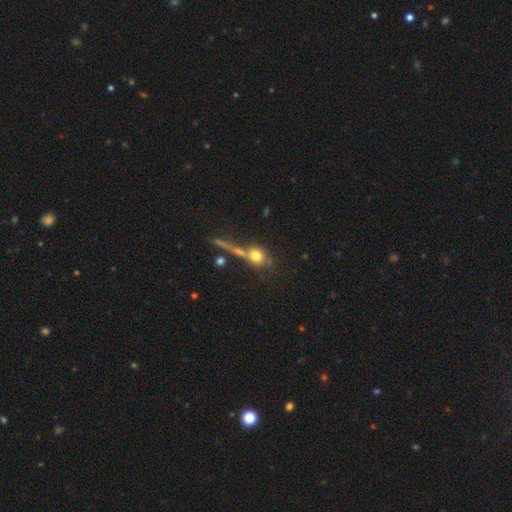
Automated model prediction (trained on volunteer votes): The model was most divided on "merging": none: 45%, merger: 33%, minor disturbance: 12%, major disturbance: 10%. More confident: how rounded — round (71%); smooth or featured — smooth (69%).